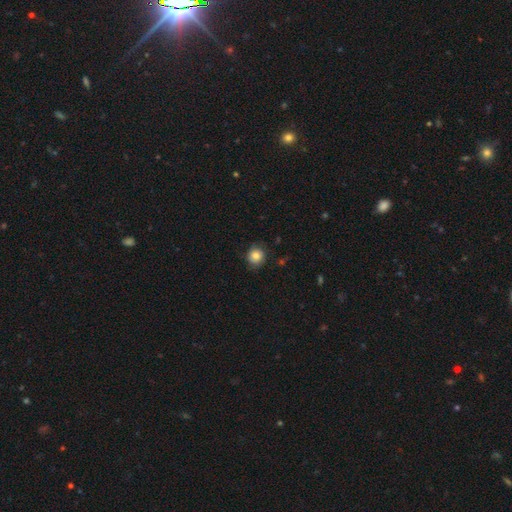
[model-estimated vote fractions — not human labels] A smooth galaxy with no disk features (80%) that is round (85%).

Vote fractions:
- Smooth or featured? smooth: 80% / star or artifact: 10% / featured or disk: 10%
- How rounded? round: 85% / in between: 14% / cigar-shaped: 1%
- Merging? none: 78% / minor disturbance: 17% / major disturbance: 4% / merger: 1%